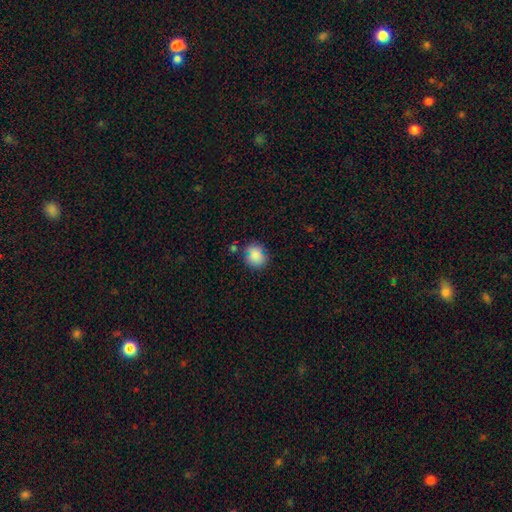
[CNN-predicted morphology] A smooth galaxy with no disk features (85%) that is round (78%).

Vote fractions:
- Smooth or featured? smooth: 85% / star or artifact: 10% / featured or disk: 6%
- How rounded? round: 78% / in between: 21% / cigar-shaped: 1%
- Merging? none: 75% / minor disturbance: 15% / merger: 6% / major disturbance: 4%